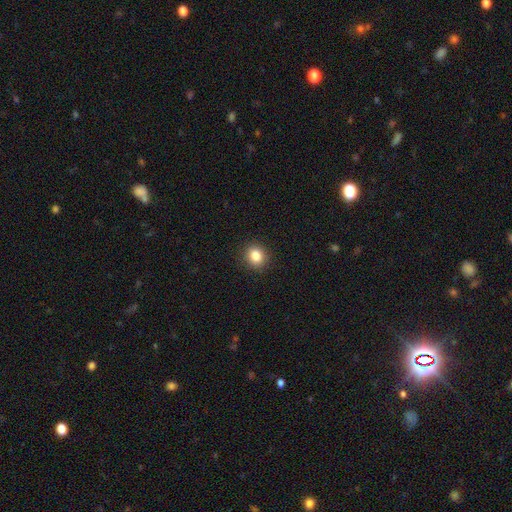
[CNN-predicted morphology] Smooth or featured? Predicted: smooth (p=0.85). How rounded? Predicted: round (p=0.74). Merging? Predicted: none (p=0.91).